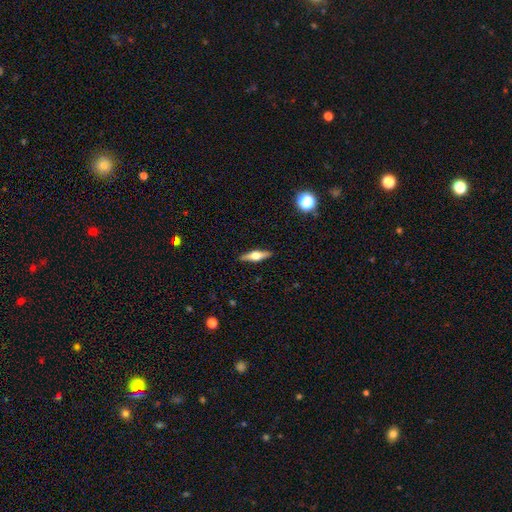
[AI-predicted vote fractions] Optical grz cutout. It shows a featured or disk galaxy (60%) viewed edge-on (96%) with a rounded central bulge (93%). Merging: none (90%).